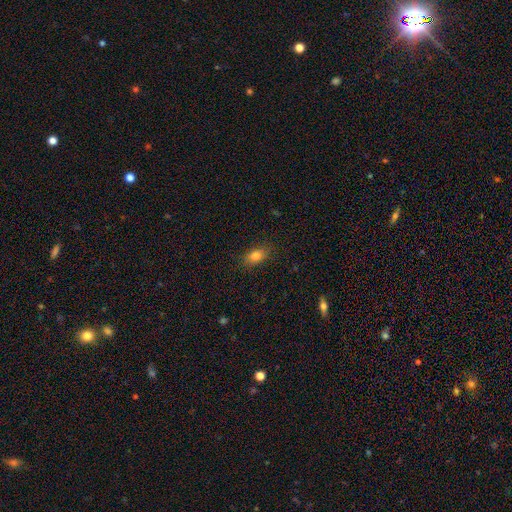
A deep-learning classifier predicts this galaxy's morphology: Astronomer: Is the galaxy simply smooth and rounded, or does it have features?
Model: smooth — 81%.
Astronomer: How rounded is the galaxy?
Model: in between — 82%.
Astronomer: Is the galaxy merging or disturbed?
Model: none — 84%.